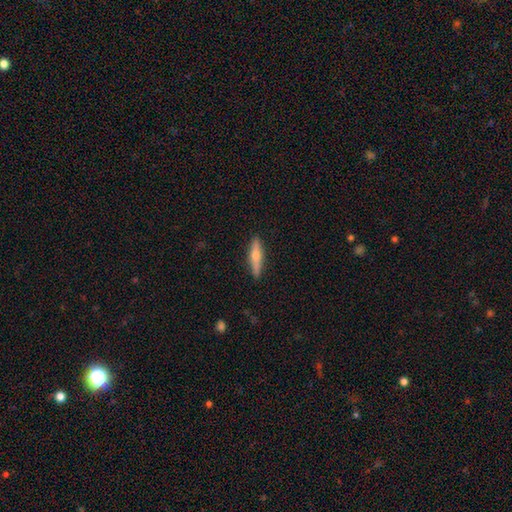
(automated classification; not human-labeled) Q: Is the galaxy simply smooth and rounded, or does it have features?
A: smooth — 48%.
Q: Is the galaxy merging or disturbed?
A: none — 89%.